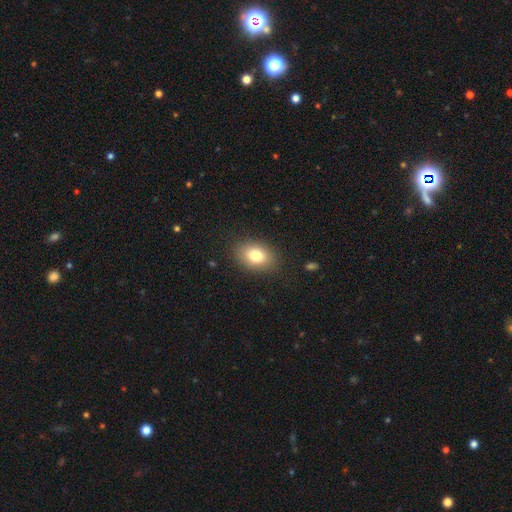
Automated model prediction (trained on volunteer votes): Smooth or featured? Predicted: smooth (p=0.80). How rounded? Predicted: in between (p=0.79). Merging? Predicted: none (p=0.86).